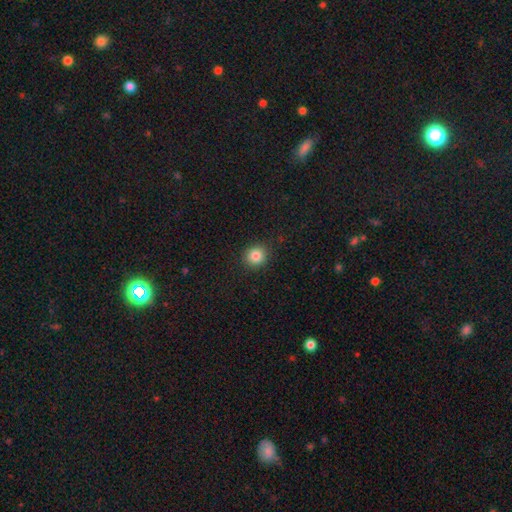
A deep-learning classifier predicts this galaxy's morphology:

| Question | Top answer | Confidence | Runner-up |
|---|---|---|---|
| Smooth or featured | smooth | 84% | star or artifact (10%) |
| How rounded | round | 87% | in between (12%) |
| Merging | none | 91% | minor disturbance (6%) |